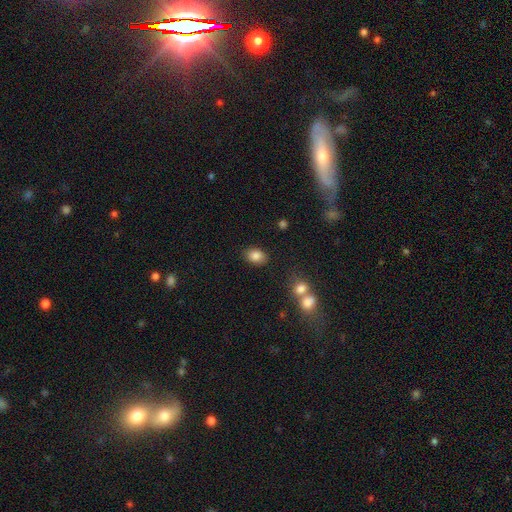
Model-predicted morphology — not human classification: smooth-or-featured: smooth: 84% | star or artifact: 9% | featured or disk: 6%
  how-rounded: in between: 77% | round: 21% | cigar-shaped: 1%
  merging: none: 83% | minor disturbance: 11% | merger: 3% | major disturbance: 3%